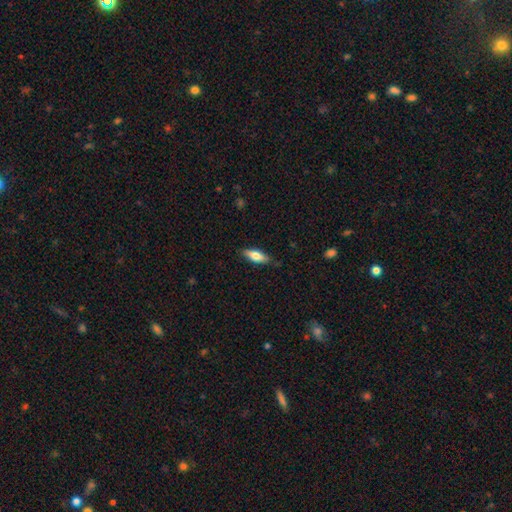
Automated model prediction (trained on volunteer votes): Smooth or featured: smooth — 67% (featured or disk — 27%)
How rounded: in between — 64% (cigar-shaped — 34%)
Merging: none — 84% (minor disturbance — 12%)